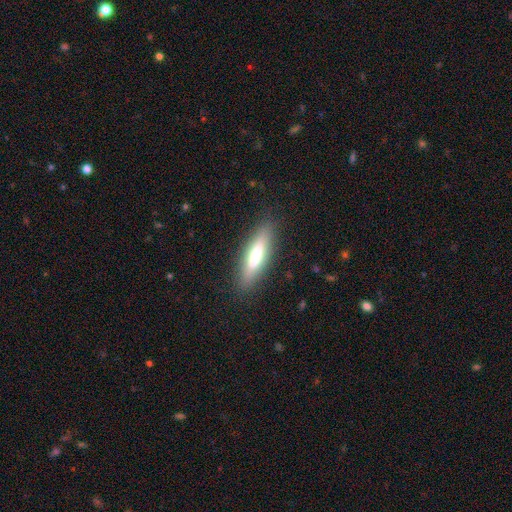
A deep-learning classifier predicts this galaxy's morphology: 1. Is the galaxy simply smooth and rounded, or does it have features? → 65% smooth, 28% featured or disk, 7% star or artifact.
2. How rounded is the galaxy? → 68% cigar-shaped, 30% in between, 2% round.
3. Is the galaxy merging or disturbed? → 86% none, 10% minor disturbance, 3% major disturbance, 1% merger.